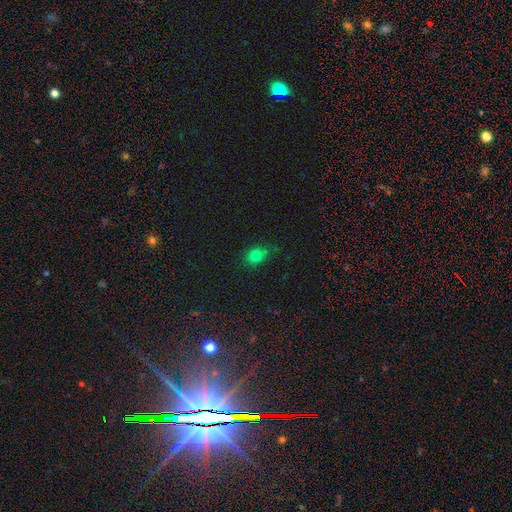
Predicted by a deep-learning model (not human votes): This appears to be a smooth galaxy with no disk features (78%) that is round (54%). Merging: none (70%).